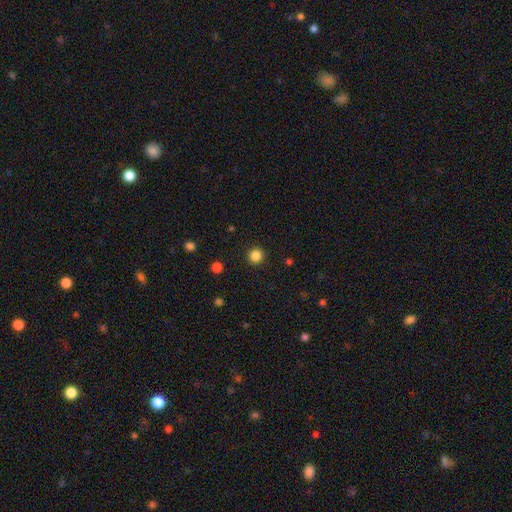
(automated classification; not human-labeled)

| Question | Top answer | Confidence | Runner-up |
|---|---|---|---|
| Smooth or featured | smooth | 85% | star or artifact (12%) |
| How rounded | round | 94% | in between (5%) |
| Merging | none | 92% | minor disturbance (5%) |